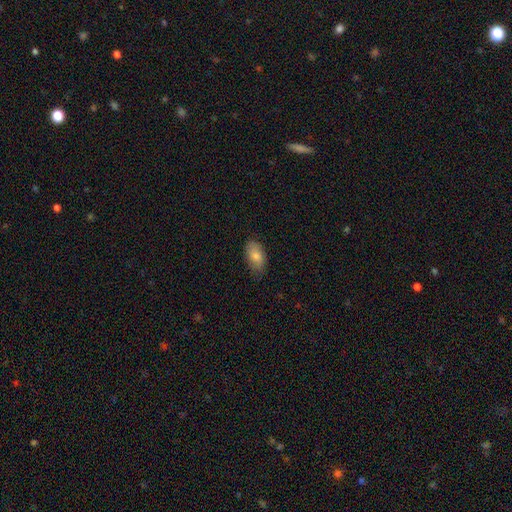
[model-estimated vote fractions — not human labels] A smooth galaxy with no disk features (82%) that is in between round and cigar-shaped (93%).

Vote fractions:
- Smooth or featured? smooth: 82% / featured or disk: 12% / star or artifact: 6%
- How rounded? in between: 93% / round: 5% / cigar-shaped: 2%
- Merging? none: 78% / minor disturbance: 18% / major disturbance: 3% / merger: 1%